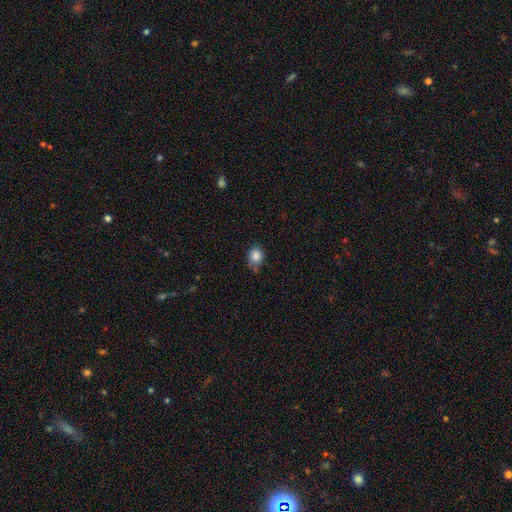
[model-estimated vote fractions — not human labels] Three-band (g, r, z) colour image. It shows a smooth galaxy with no disk features (86%) that is round (57%). Merging: none (64%).